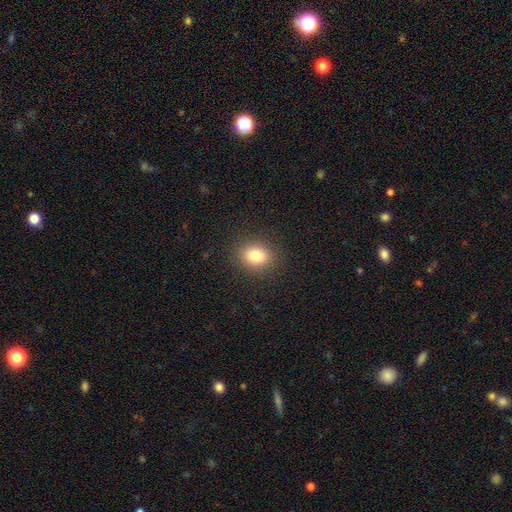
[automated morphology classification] Q: Smooth or featured?
A: smooth (81%); runner-up: star or artifact (11%)
Q: How rounded?
A: round (58%); runner-up: in between (41%)
Q: Merging?
A: none (89%); runner-up: minor disturbance (7%)